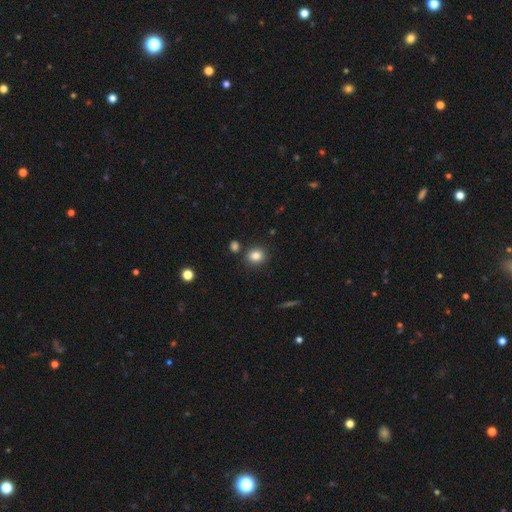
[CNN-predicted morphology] smooth 83%, star or artifact 11%, featured or disk 6%. Down the decision tree: how rounded — round (74%); merging — none (84%).